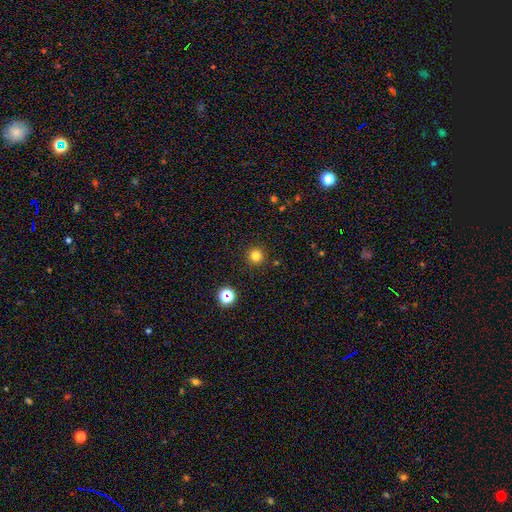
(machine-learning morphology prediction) A smooth galaxy with no disk features (79%) that is round (95%).

Vote fractions:
- Smooth or featured? smooth: 79% / star or artifact: 15% / featured or disk: 5%
- How rounded? round: 95% / in between: 4% / cigar-shaped: 1%
- Merging? none: 92% / minor disturbance: 5% / major disturbance: 2% / merger: 1%